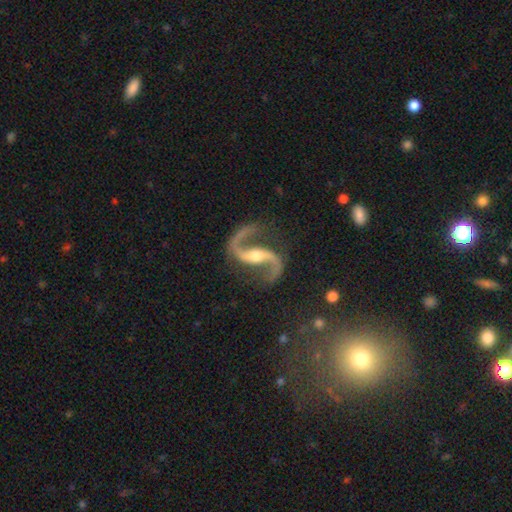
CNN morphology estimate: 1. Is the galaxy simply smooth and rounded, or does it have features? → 94% featured or disk, 4% star or artifact, 2% smooth.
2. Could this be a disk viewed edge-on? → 97% no, 3% yes.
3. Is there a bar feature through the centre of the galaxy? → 37% strong, 35% weak, 29% no.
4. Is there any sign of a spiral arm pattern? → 98% yes, 2% no.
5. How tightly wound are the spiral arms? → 63% loose, 32% medium, 5% tight.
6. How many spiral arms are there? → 95% 2, 1% 1, 1% can't tell, 1% 3, 1% 4, 1% more than 4.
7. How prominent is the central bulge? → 63% moderate, 27% small, 6% large, 2% none, 1% dominant.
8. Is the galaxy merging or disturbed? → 81% none, 11% minor disturbance, 6% major disturbance, 2% merger.